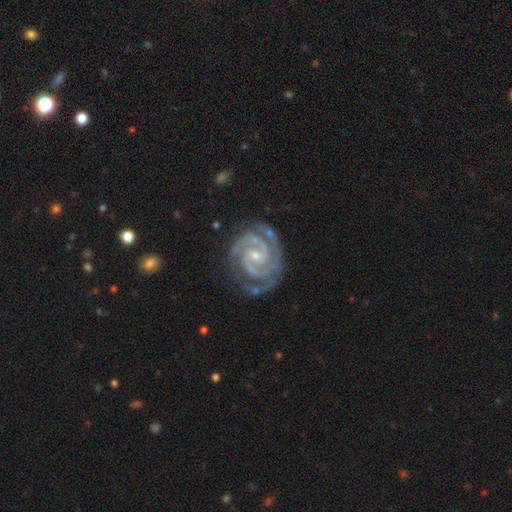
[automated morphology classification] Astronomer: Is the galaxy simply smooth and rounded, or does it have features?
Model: featured or disk — 93%.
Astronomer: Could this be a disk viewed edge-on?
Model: no — 98%.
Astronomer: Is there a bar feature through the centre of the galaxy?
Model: no — 48% (runner-up: weak, 37%).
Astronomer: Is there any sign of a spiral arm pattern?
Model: yes — 99%.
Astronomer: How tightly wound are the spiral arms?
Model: tight — 74%.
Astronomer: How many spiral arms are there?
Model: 2 — 82%.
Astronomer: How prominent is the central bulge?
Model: small — 68%.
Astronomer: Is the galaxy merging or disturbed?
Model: none — 71%.